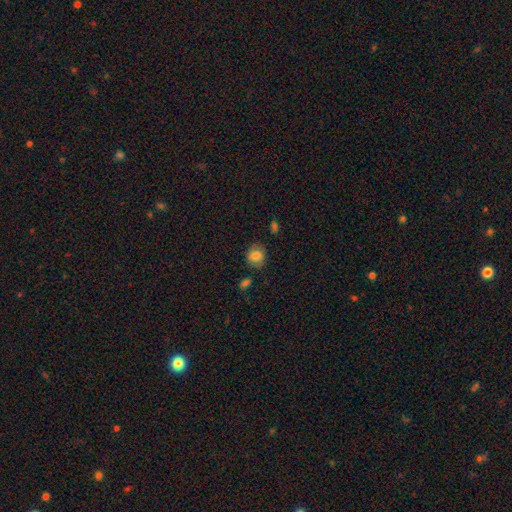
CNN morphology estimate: The model was most divided on "how rounded": round: 71%, in between: 28%, cigar-shaped: 1%. More confident: smooth or featured — smooth (81%); merging — none (77%).